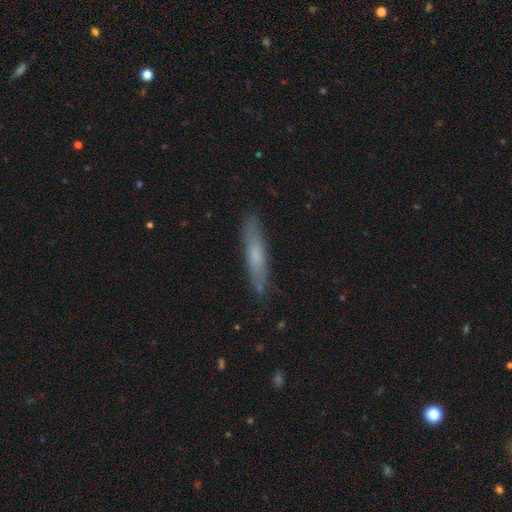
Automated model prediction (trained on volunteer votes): Morphology: type=smooth (60%); roundness=cigar-shaped (91%); merging=none (86%).